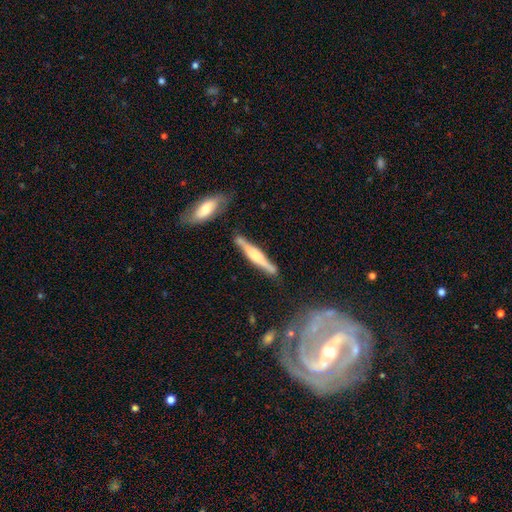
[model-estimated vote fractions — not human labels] The model was most divided on "smooth or featured": featured or disk: 60%, smooth: 35%, star or artifact: 6%. More confident: edge-on disk — yes (96%); merging — none (77%); edge-on bulge — rounded (58%).